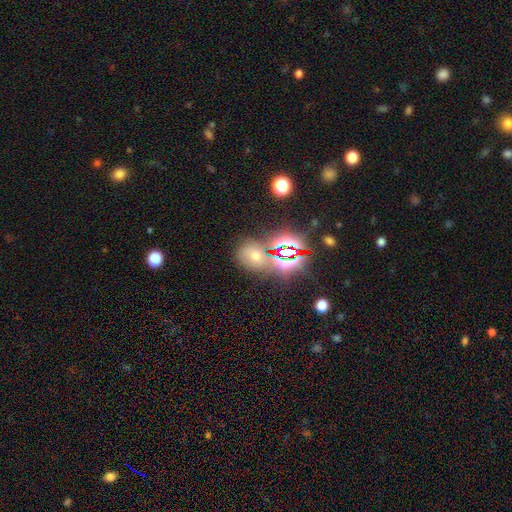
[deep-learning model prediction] Overall: star or artifact (50%; smooth 36%).